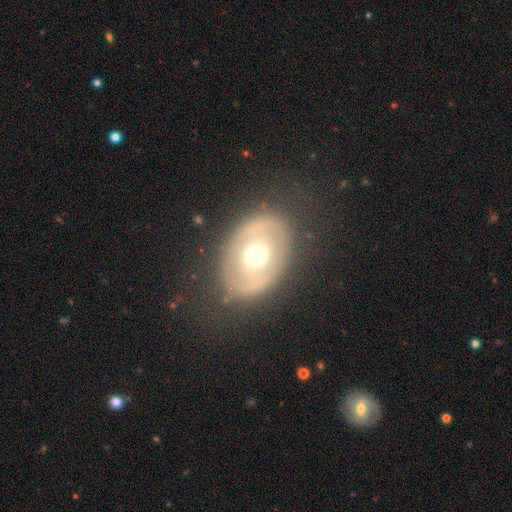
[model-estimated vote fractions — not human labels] This is possibly a featured or disk galaxy (49%). Merging: likely none (80%).